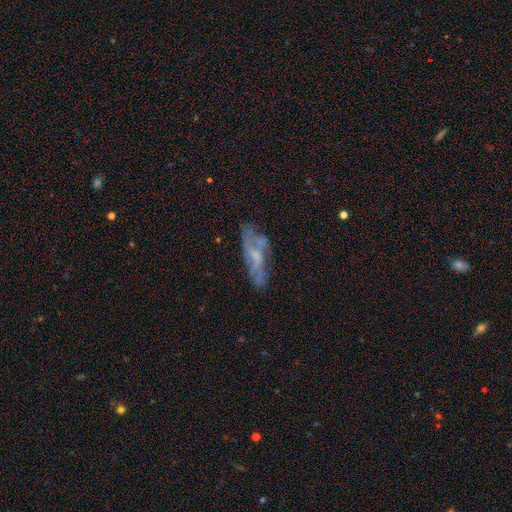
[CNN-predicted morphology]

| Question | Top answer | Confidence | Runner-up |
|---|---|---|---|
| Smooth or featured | featured or disk | 64% | smooth (26%) |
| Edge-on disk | no | 76% | yes (24%) |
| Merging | none | 63% | minor disturbance (21%) |